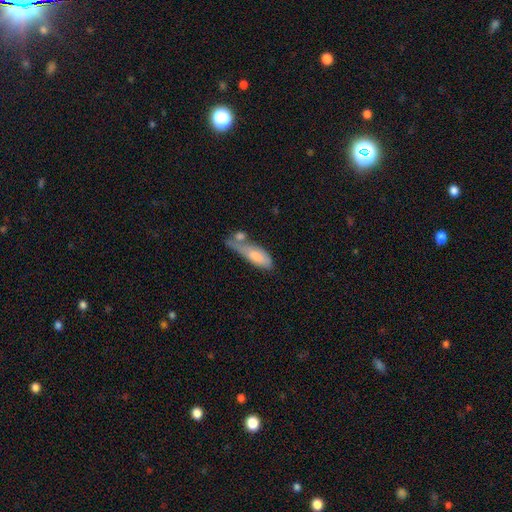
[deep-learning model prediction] Overall: smooth (66%; featured or disk 27%). How rounded: in between (54%; cigar-shaped 44%). Merging: merger (35%; none 28%).